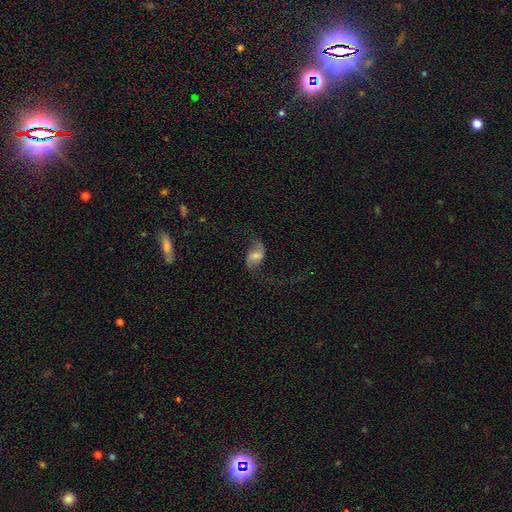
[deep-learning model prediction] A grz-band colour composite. It shows a featured or disk galaxy (71%) with a weak bar (44%), 2 (90%) loose (85%) spiral arms (91%) and a moderate central bulge (44%). Merging: none (57%).